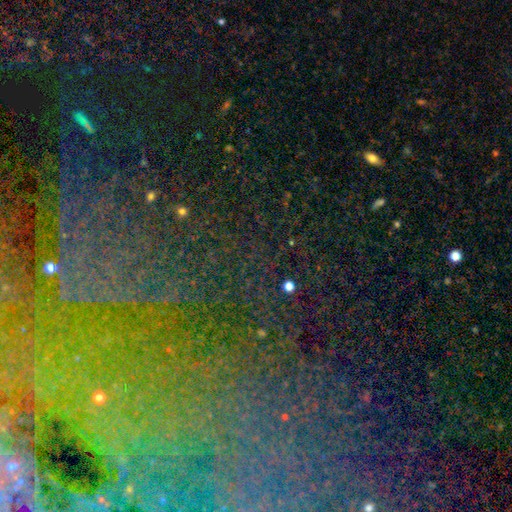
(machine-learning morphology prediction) A star or artifact, not a galaxy (65%).